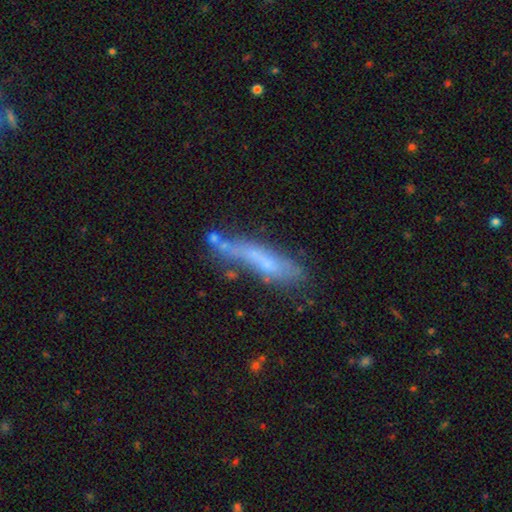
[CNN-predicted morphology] The model was most divided on "smooth or featured": smooth: 50%, featured or disk: 40%, star or artifact: 10%. Remaining: merging — none (43%).